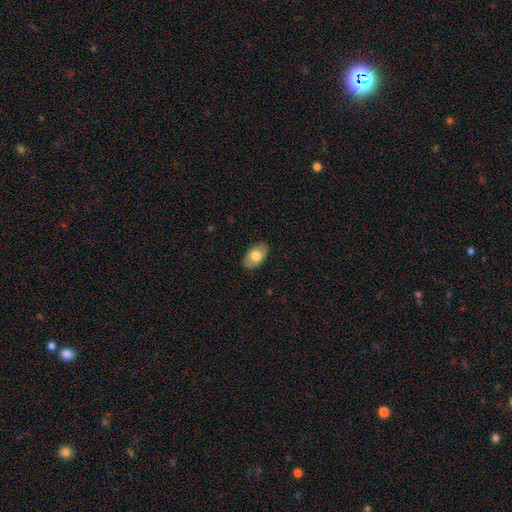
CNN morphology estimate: smooth_or_featured: smooth (p=0.74) [alt: featured or disk p=0.20]
how_rounded: in between (p=0.91) [alt: round p=0.07]
merging: none (p=0.86) [alt: minor disturbance p=0.10]